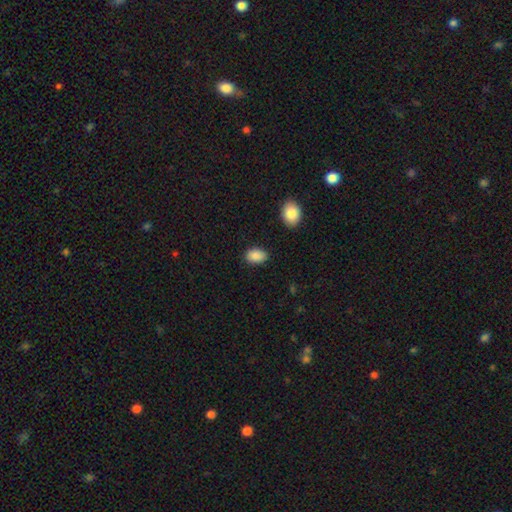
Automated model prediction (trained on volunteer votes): This appears to be a smooth galaxy with no disk features (88%) that is in between round and cigar-shaped (86%). Merging: none (86%).